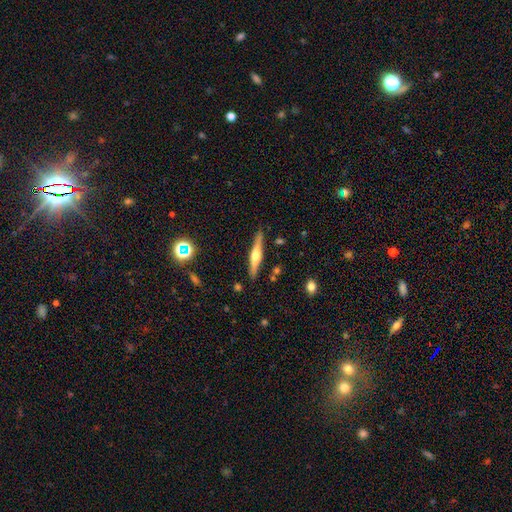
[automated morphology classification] The model was most divided on "smooth or featured": featured or disk: 65%, smooth: 28%, star or artifact: 6%. More confident: edge-on disk — yes (97%); edge-on bulge — rounded (90%); merging — none (88%).